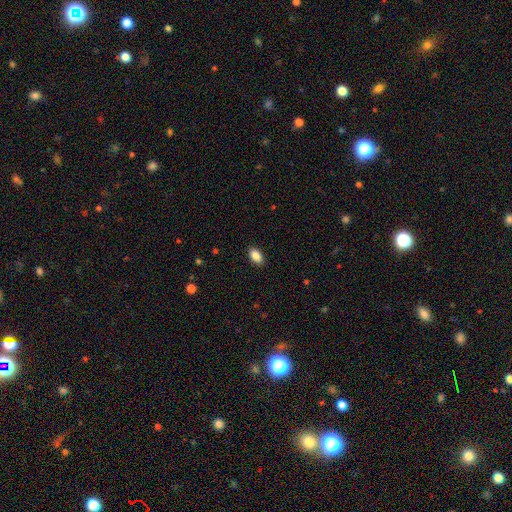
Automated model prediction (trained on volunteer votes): Smooth or featured: smooth — 87% (star or artifact — 8%)
How rounded: in between — 92% (round — 6%)
Merging: none — 89% (minor disturbance — 8%)